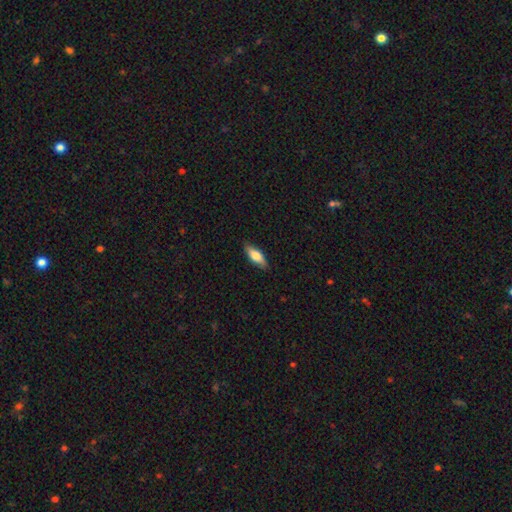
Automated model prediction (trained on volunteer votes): smooth-or-featured: smooth: 71% | featured or disk: 23% | star or artifact: 6%
  how-rounded: in between: 65% | cigar-shaped: 32% | round: 2%
  merging: none: 86% | minor disturbance: 11% | major disturbance: 2% | merger: 1%